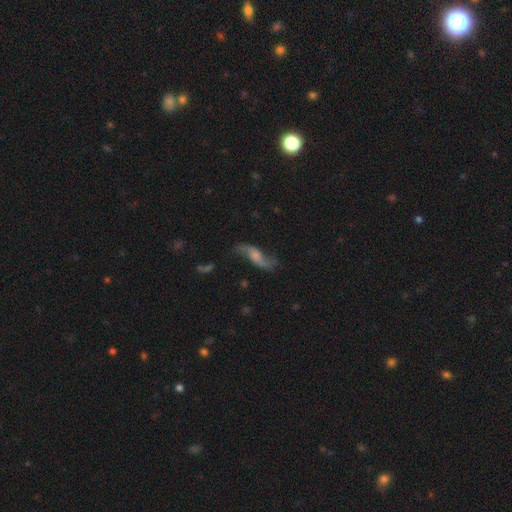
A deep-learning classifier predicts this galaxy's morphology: Smooth or featured?
  - featured or disk: 80% *
  - smooth: 13%
  - star or artifact: 7%
Edge-on disk?
  - no: 89% *
  - yes: 11%
Bar?
  - no: 53% *
  - weak: 36%
  - strong: 11%
Spiral arms?
  - yes: 94% *
  - no: 6%
Spiral winding?
  - loose: 90% *
  - medium: 8%
  - tight: 2%
Spiral arm count?
  - 2: 93% *
  - 1: 2%
  - can't tell: 2%
  - 3: 1%
  - 4: 1%
  - more than 4: 1%
Bulge size?
  - none: 33% *
  - moderate: 27%
  - small: 26%
  - large: 11%
  - dominant: 3%
Merging?
  - none: 71% *
  - minor disturbance: 16%
  - major disturbance: 10%
  - merger: 3%